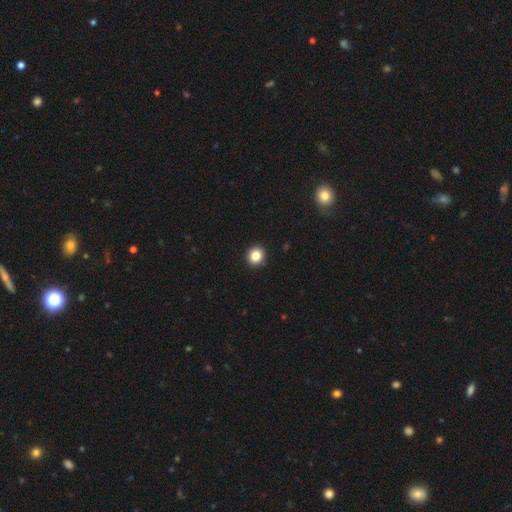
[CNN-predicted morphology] A smooth galaxy with no disk features (85%) that is round (88%). Merging: none (93%).